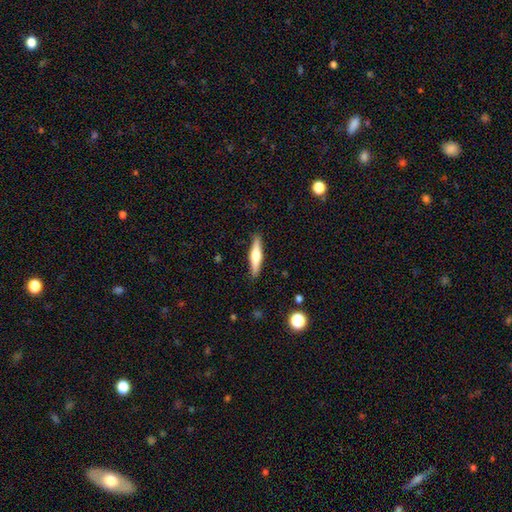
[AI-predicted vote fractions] Smooth or featured?
  - featured or disk: 50% *
  - smooth: 44%
  - star or artifact: 6%
Edge-on disk?
  - yes: 96% *
  - no: 4%
Merging?
  - none: 90% *
  - minor disturbance: 8%
  - major disturbance: 2%
  - merger: 1%